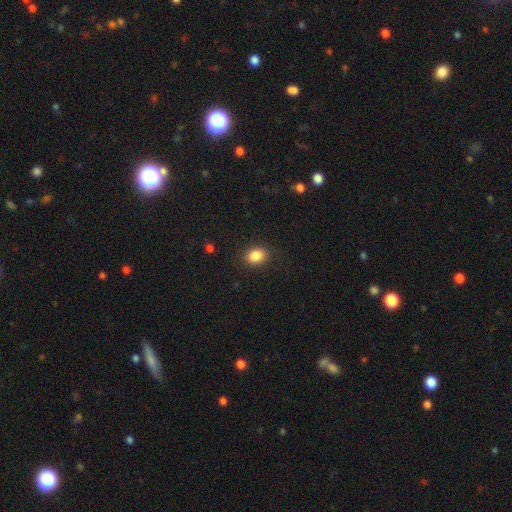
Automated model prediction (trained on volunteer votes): Overall: smooth (86%). How rounded: in between (60%; round 39%). Merging: none (88%).